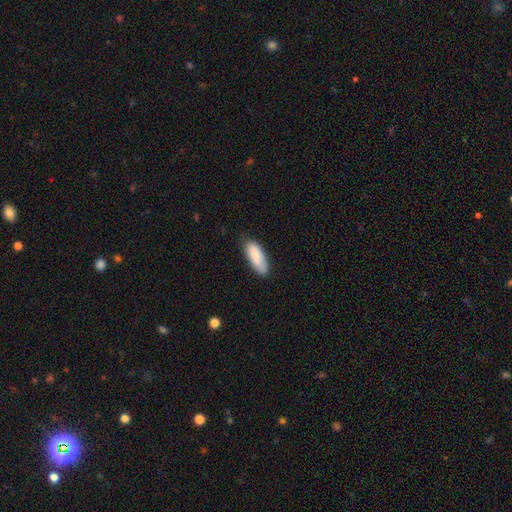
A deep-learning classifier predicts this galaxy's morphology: Smooth or featured?
  - smooth: 86% *
  - featured or disk: 7%
  - star or artifact: 6%
How rounded?
  - in between: 73% *
  - cigar-shaped: 26%
  - round: 2%
Merging?
  - none: 76% *
  - minor disturbance: 19%
  - major disturbance: 3%
  - merger: 1%